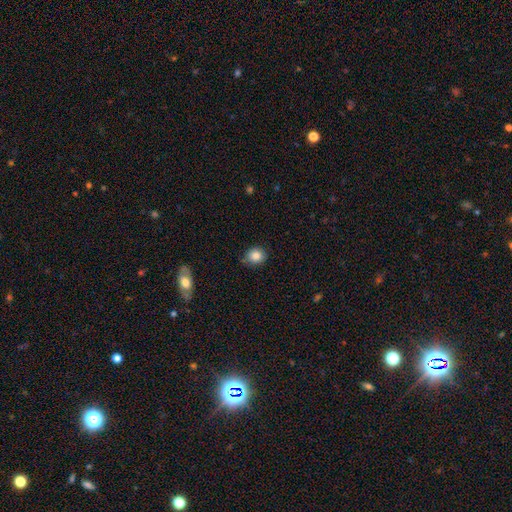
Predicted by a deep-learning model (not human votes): The model was most divided on "how rounded": round: 75%, in between: 24%, cigar-shaped: 1%. More confident: smooth or featured — smooth (85%); merging — none (82%).